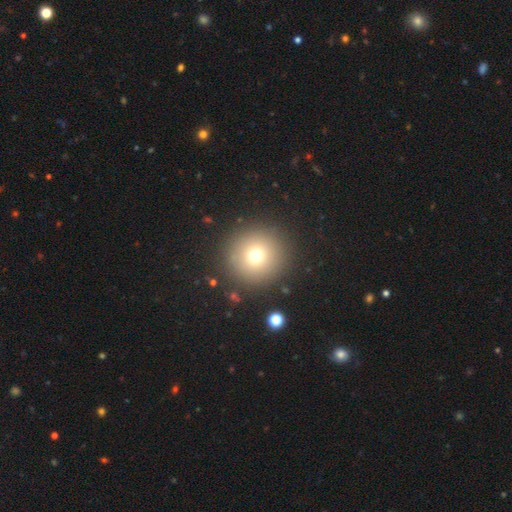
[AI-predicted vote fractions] The model was most divided on "smooth or featured": smooth: 72%, star or artifact: 17%, featured or disk: 12%. More confident: how rounded — round (96%); merging — none (88%).